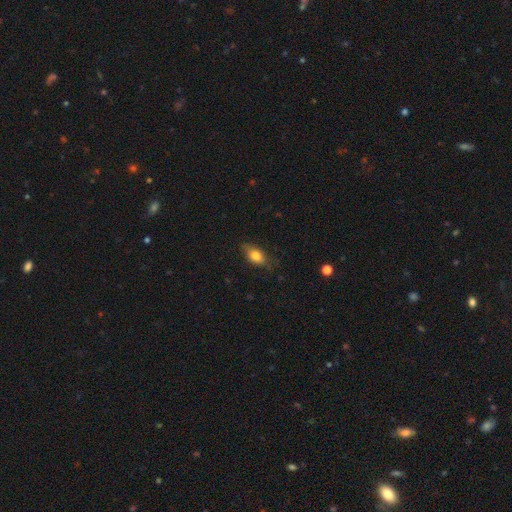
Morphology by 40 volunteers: A smooth galaxy with no disk features (82%) that is in between round and cigar-shaped (82%). Merging: none (79%).